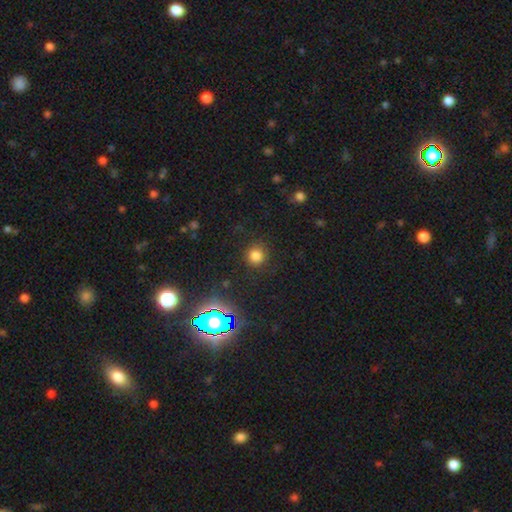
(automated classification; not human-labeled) smooth 77%, star or artifact 18%, featured or disk 5%. Down the decision tree: how rounded — round (93%); merging — none (88%).